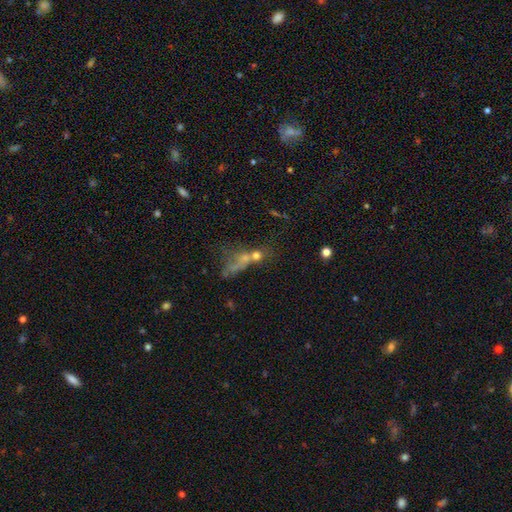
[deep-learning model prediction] smooth 50%, featured or disk 29%, star or artifact 21%. Down the decision tree: merging — merger (48%).